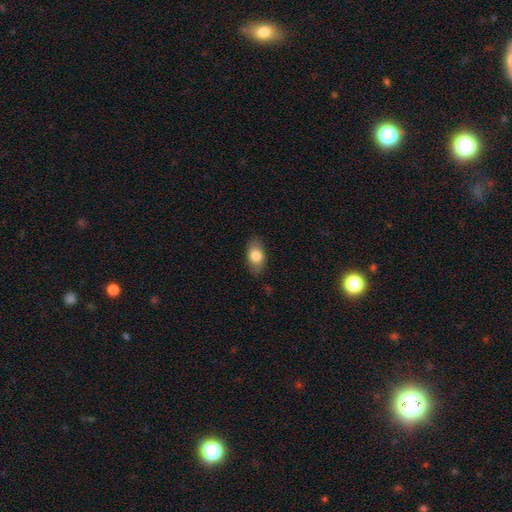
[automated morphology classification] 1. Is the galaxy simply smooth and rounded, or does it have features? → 79% smooth, 14% featured or disk, 7% star or artifact.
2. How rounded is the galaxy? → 88% in between, 9% round, 3% cigar-shaped.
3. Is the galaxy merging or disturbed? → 83% none, 13% minor disturbance, 3% major disturbance, 1% merger.